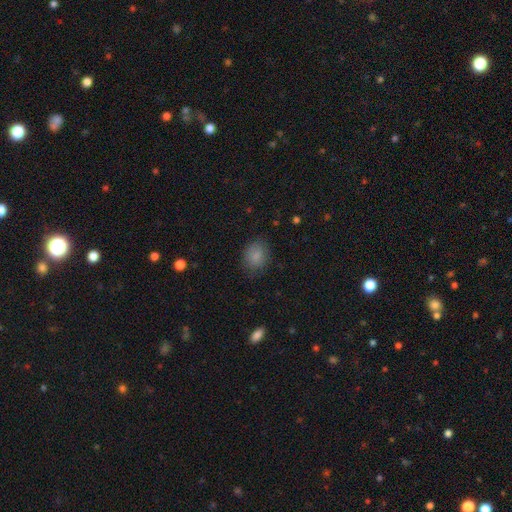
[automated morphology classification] smooth-or-featured: smooth: 86% | star or artifact: 9% | featured or disk: 6%
  how-rounded: round: 55% | in between: 44% | cigar-shaped: 1%
  merging: none: 78% | minor disturbance: 17% | major disturbance: 5% | merger: 1%